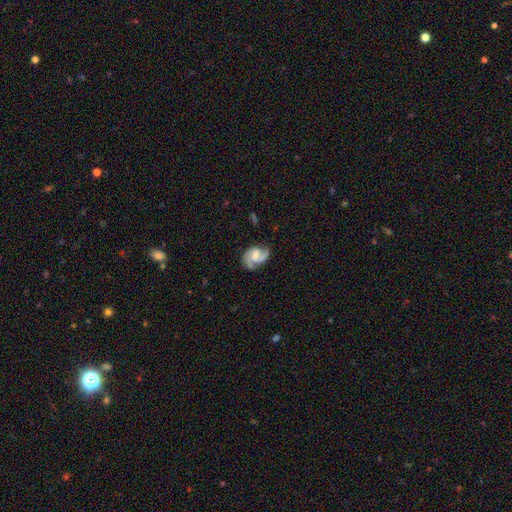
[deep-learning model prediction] A featured or disk galaxy (80%) with no bar (48%), 2 (79%) medium (51%) spiral arms (96%) and a moderate central bulge (43%).

Vote fractions:
- Smooth or featured? featured or disk: 80% / smooth: 14% / star or artifact: 6%
- Edge-on disk? no: 98% / yes: 2%
- Bar? no: 48% / weak: 43% / strong: 10%
- Spiral arms? yes: 96% / no: 4%
- Spiral winding? medium: 51% / tight: 27% / loose: 22%
- Spiral arm count? 2: 79% / 1: 8% / can't tell: 6% / 3: 4% / 4: 1% / more than 4: 1%
- Bulge size? moderate: 43% / small: 37% / none: 13% / large: 7% / dominant: 1%
- Merging? none: 64% / minor disturbance: 22% / major disturbance: 11% / merger: 2%